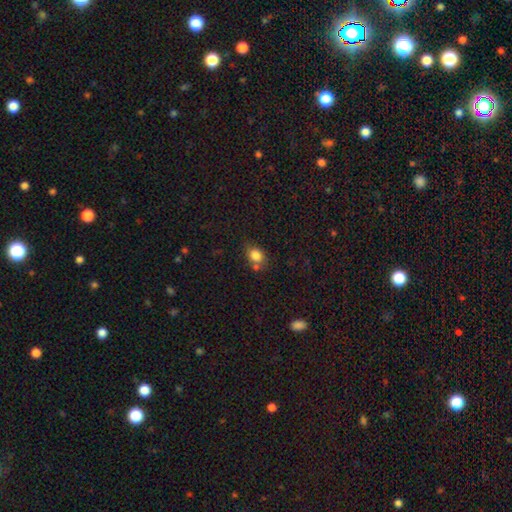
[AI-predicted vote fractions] Morphology: type=smooth (82%); roundness=in between (52%); merging=none (59%).